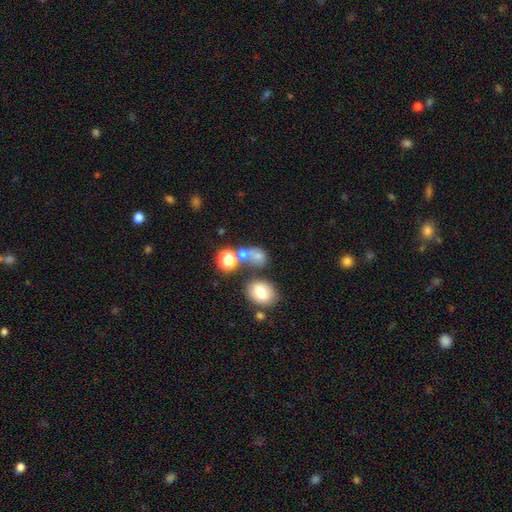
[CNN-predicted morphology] This appears to be a smooth galaxy with no disk features (68%) that is round (54%). Merging: none (44%).